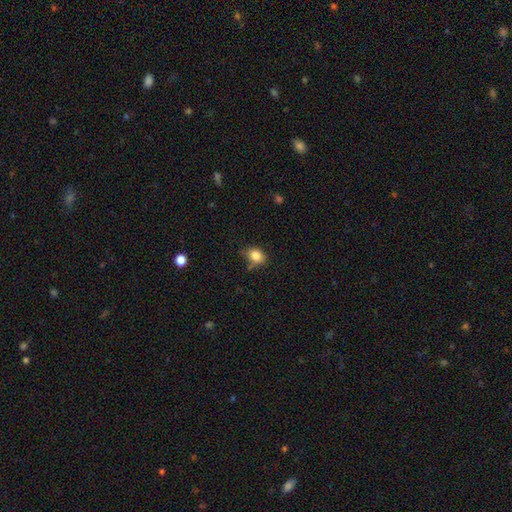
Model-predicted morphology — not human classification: Smooth or featured: smooth — 83% (star or artifact — 10%)
How rounded: in between — 58% (round — 41%)
Merging: none — 64% (minor disturbance — 25%)